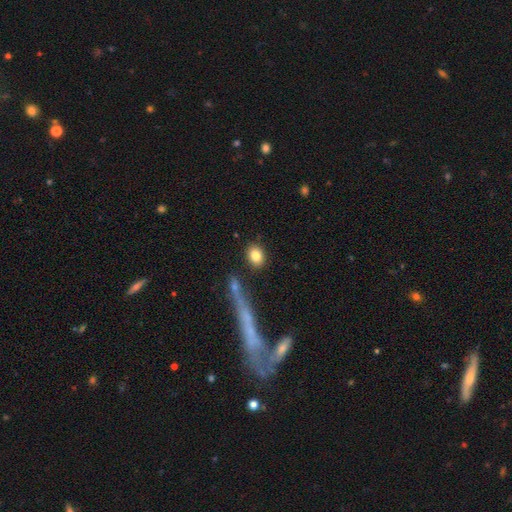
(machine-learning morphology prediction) Overall: smooth (82%). How rounded: in between (53%; round 44%). Merging: none (84%).